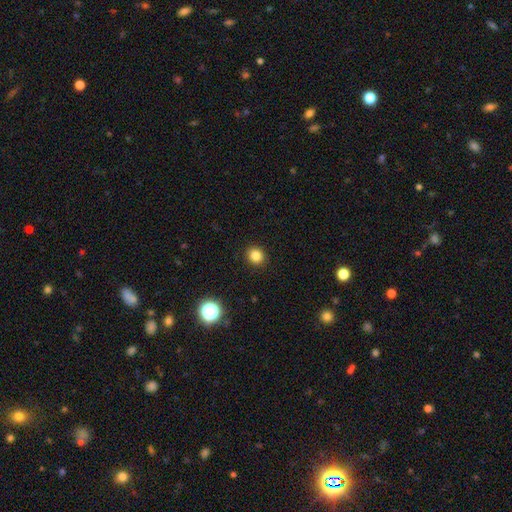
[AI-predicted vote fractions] This appears to be a smooth galaxy with no disk features (83%) that is round (84%). Merging: none (91%).